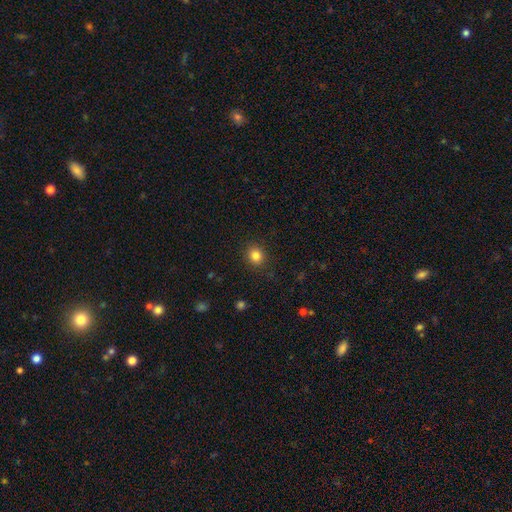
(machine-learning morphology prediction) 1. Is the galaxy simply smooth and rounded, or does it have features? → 83% smooth, 12% star or artifact, 5% featured or disk.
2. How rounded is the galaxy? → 81% round, 18% in between, 1% cigar-shaped.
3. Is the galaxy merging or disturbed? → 89% none, 7% minor disturbance, 2% major disturbance, 1% merger.